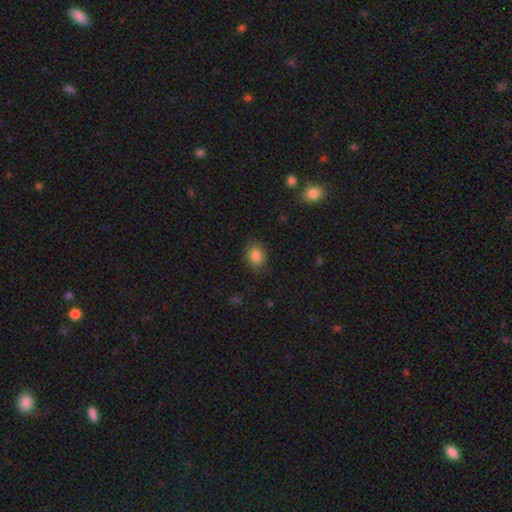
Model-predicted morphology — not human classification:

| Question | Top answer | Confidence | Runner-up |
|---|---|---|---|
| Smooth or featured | smooth | 83% | star or artifact (10%) |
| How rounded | in between | 53% | round (46%) |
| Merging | none | 84% | minor disturbance (12%) |